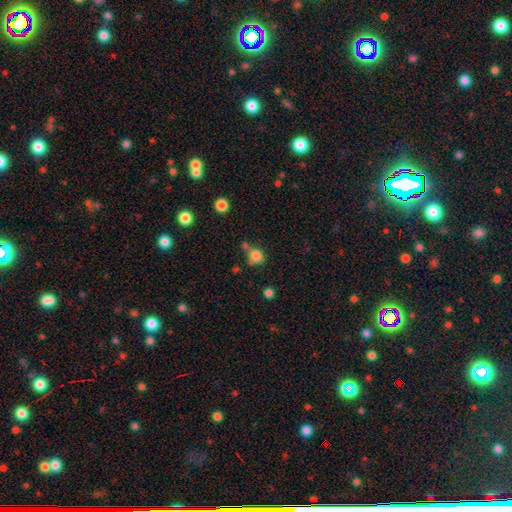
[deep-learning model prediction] Morphology: type=smooth (82%); roundness=round (79%); merging=none (57%).